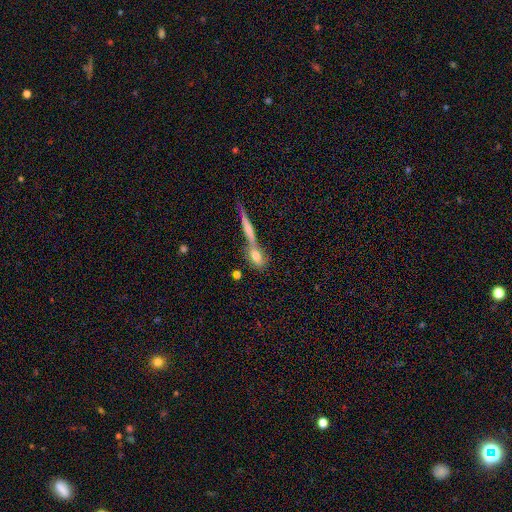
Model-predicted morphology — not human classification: smooth_or_featured: smooth (p=0.63) [alt: featured or disk p=0.28]
how_rounded: in between (p=0.58) [alt: cigar-shaped p=0.28]
merging: merger (p=0.43) [alt: none p=0.41]